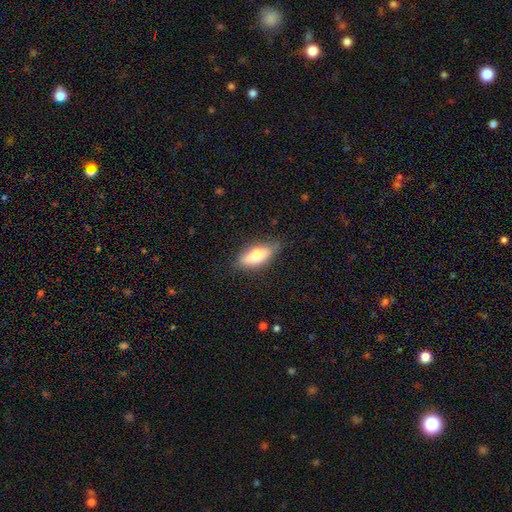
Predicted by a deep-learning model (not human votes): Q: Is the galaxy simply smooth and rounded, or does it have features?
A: smooth — 73%.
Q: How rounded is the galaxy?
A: in between — 75%.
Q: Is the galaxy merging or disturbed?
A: none — 70%.